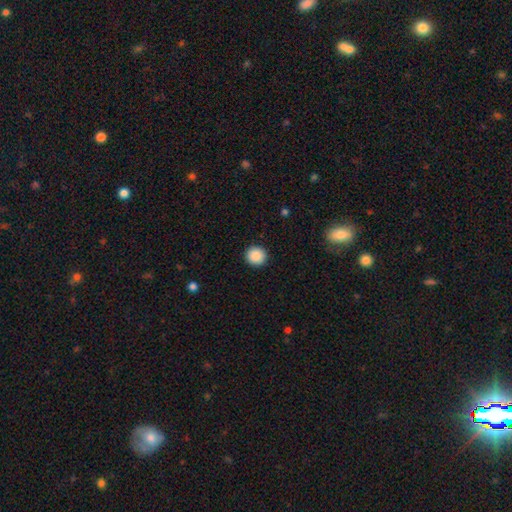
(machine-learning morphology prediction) Smooth or featured? smooth (89%)
How rounded? round (94%)
Merging? none (92%)